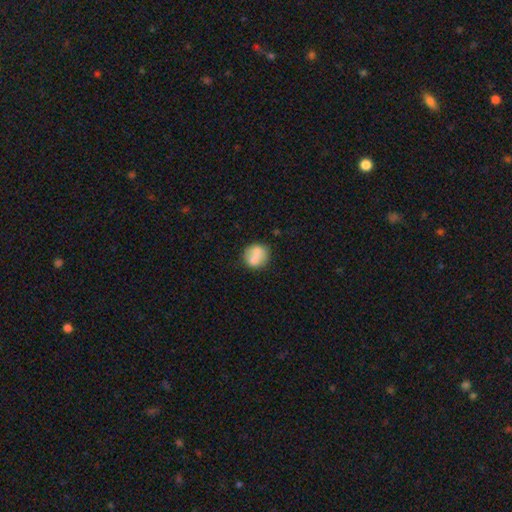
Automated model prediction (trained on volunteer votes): Smooth or featured: smooth — 70% (featured or disk — 22%)
How rounded: round — 77% (in between — 22%)
Merging: none — 47% (merger — 30%)